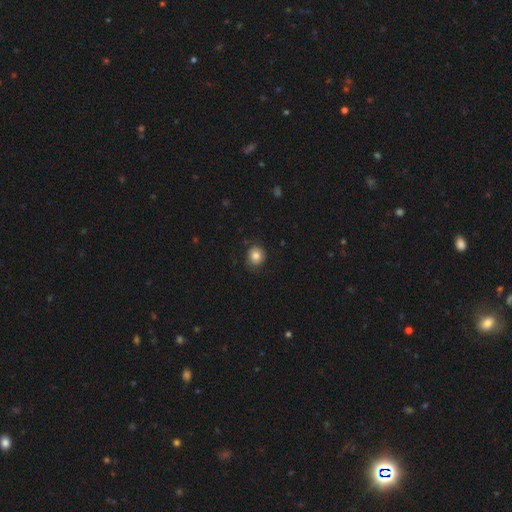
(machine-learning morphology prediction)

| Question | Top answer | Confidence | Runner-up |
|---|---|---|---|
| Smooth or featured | smooth | 82% | star or artifact (10%) |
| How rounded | round | 79% | in between (20%) |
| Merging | none | 82% | minor disturbance (13%) |